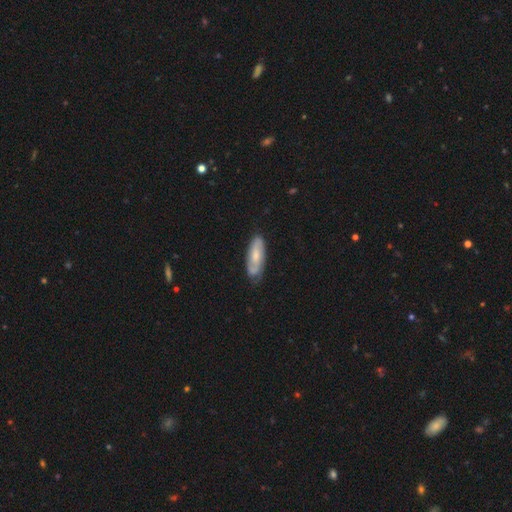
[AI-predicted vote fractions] smooth_or_featured: featured or disk (p=0.54) [alt: smooth p=0.40]
disk_edge_on: no (p=0.85) [alt: yes p=0.15]
merging: none (p=0.74) [alt: minor disturbance p=0.20]